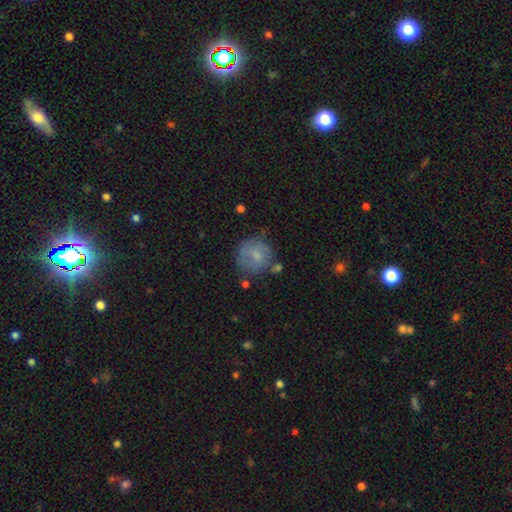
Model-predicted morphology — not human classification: smooth 59%, featured or disk 33%, star or artifact 9%. Down the decision tree: how rounded — round (82%); merging — none (57%).